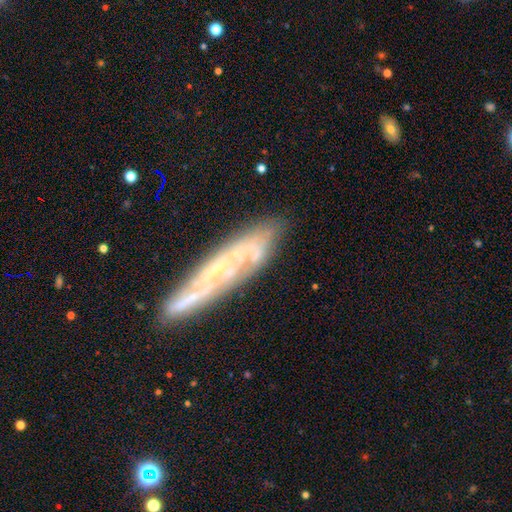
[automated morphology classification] Smooth or featured: featured or disk — 59% (smooth — 28%)
Edge-on disk: no — 80% (yes — 20%)
Merging: none — 68% (minor disturbance — 20%)